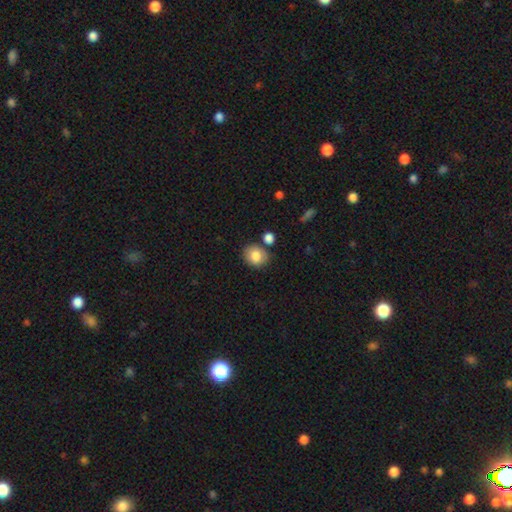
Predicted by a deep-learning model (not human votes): Smooth or featured? smooth (83%)
How rounded? round (64%)
Merging? none (74%)